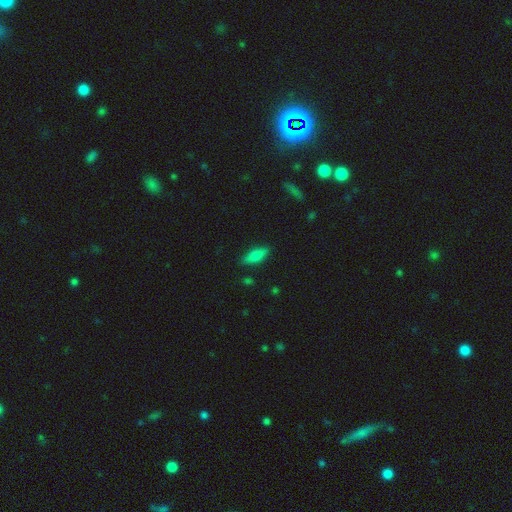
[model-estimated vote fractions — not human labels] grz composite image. It shows a smooth galaxy with no disk features (77%) that is in between round and cigar-shaped (66%). Merging: none (85%).